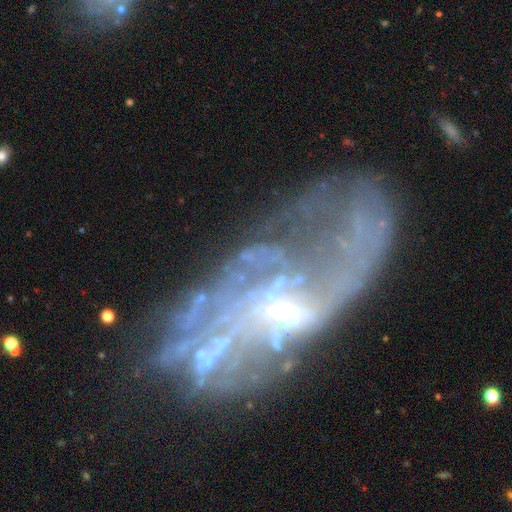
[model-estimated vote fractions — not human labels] smooth-or-featured: featured or disk: 69% | star or artifact: 20% | smooth: 11%
  disk-edge-on: no: 91% | yes: 9%
    bar: no: 49% | weak: 29% | strong: 22%
    has-spiral-arms: yes: 62% | no: 38%
    bulge-size: small: 46% | moderate: 32% | none: 15% | large: 5% | dominant: 3%
  merging: major disturbance: 39% | none: 30% | merger: 17% | minor disturbance: 15%